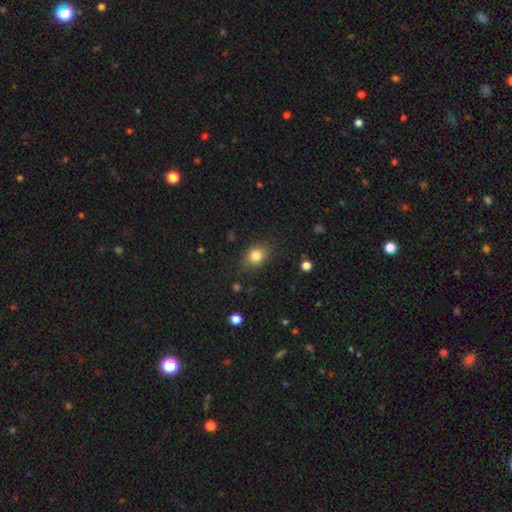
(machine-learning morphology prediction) Smooth or featured? smooth (82%)
How rounded? in between (55%)
Merging? none (82%)